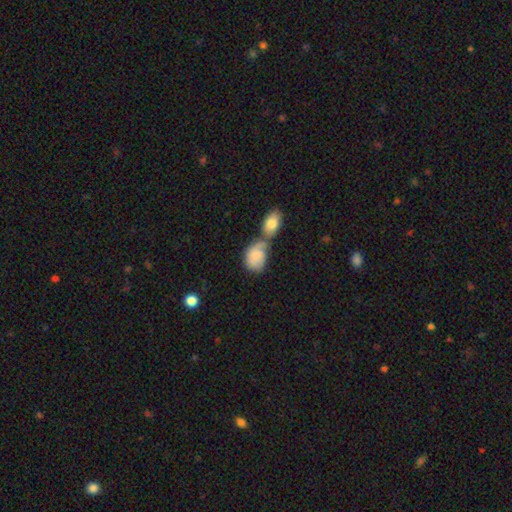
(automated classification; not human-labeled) smooth 72%, featured or disk 21%, star or artifact 7%. Down the decision tree: how rounded — in between (76%); merging — merger (55%).